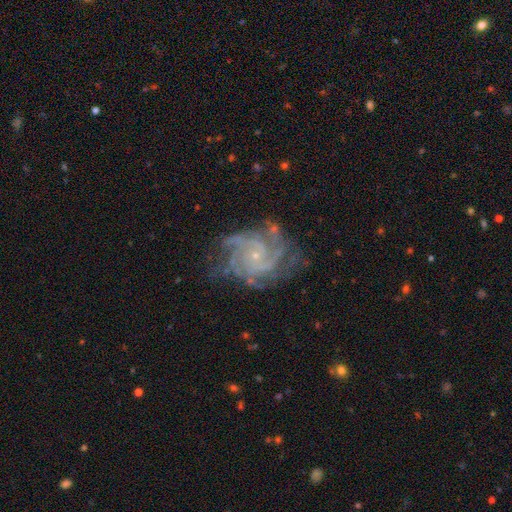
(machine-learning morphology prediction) Q: Smooth or featured?
A: featured or disk (89%); runner-up: star or artifact (7%)
Q: Edge-on disk?
A: no (98%); runner-up: yes (2%)
Q: Bar?
A: no (74%); runner-up: weak (21%)
Q: Spiral arms?
A: yes (98%); runner-up: no (2%)
Q: Spiral winding?
A: tight (58%); runner-up: medium (36%)
Q: Spiral arm count?
A: 4 (30%); runner-up: 3 (27%)
Q: Bulge size?
A: small (83%); runner-up: moderate (12%)
Q: Merging?
A: none (68%); runner-up: minor disturbance (20%)